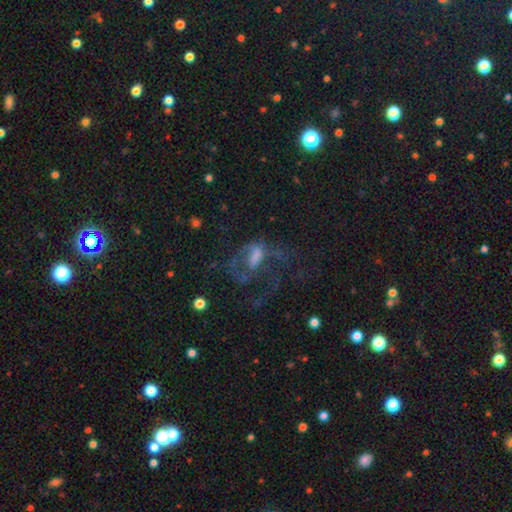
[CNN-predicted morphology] smooth-or-featured: featured or disk: 55% | smooth: 23% | star or artifact: 21%
  disk-edge-on: no: 95% | yes: 5%
    bar: no: 53% | weak: 34% | strong: 13%
    has-spiral-arms: no: 56% | yes: 44%
    bulge-size: moderate: 34% | none: 30% | small: 23% | large: 11% | dominant: 2%
  merging: major disturbance: 52% | none: 29% | minor disturbance: 14% | merger: 5%